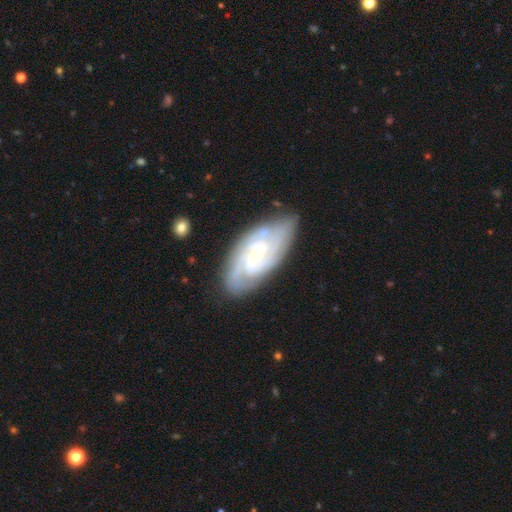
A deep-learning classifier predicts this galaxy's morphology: Smooth or featured? Predicted: featured or disk (p=0.87). Edge-on disk? Predicted: no (p=0.95). Bar? Predicted: no (p=0.48). Spiral arms? Predicted: yes (p=0.98). Spiral winding? Predicted: tight (p=0.63). Spiral arm count? Predicted: 2 (p=0.32). Bulge size? Predicted: small (p=0.69). Merging? Predicted: none (p=0.78).